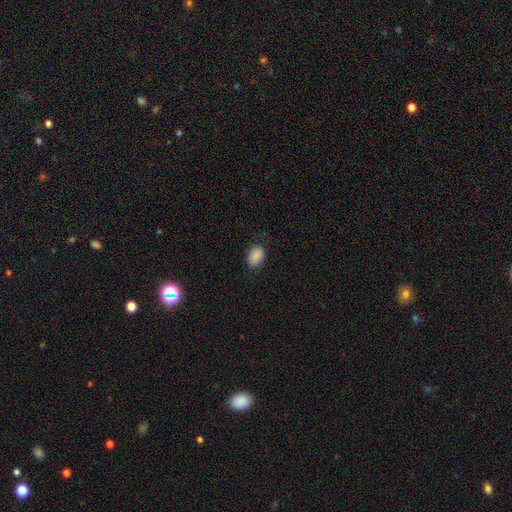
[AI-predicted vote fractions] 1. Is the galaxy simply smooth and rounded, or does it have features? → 87% smooth, 8% star or artifact, 5% featured or disk.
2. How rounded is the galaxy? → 80% in between, 19% round, 1% cigar-shaped.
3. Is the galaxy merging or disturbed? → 77% none, 18% minor disturbance, 4% major disturbance, 1% merger.